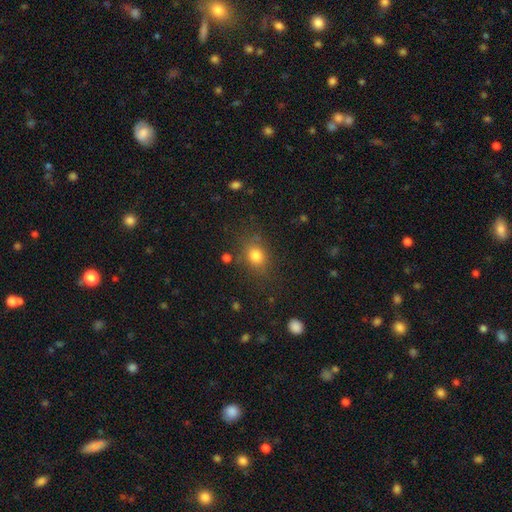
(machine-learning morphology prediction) Smooth or featured? Predicted: smooth (p=0.79). How rounded? Predicted: round (p=0.54). Merging? Predicted: none (p=0.76).